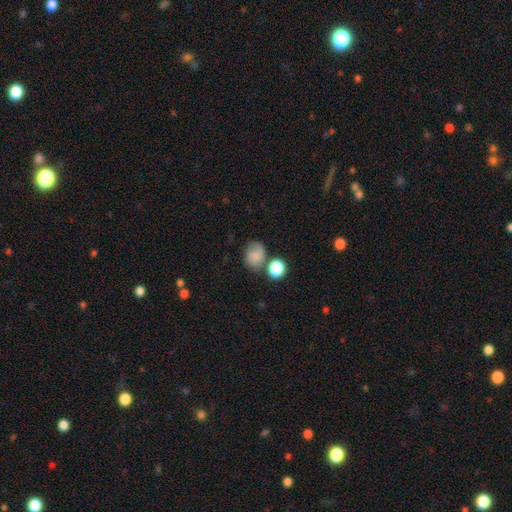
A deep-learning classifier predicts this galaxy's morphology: Smooth or featured?
  - smooth: 73% *
  - featured or disk: 15%
  - star or artifact: 12%
How rounded?
  - round: 50% *
  - in between: 49%
  - cigar-shaped: 1%
Merging?
  - none: 55% *
  - minor disturbance: 22%
  - merger: 13%
  - major disturbance: 9%